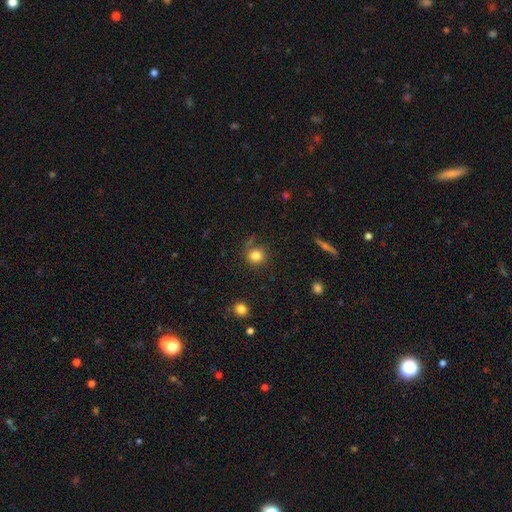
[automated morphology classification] Overall: smooth (82%). How rounded: round (89%). Merging: none (78%).